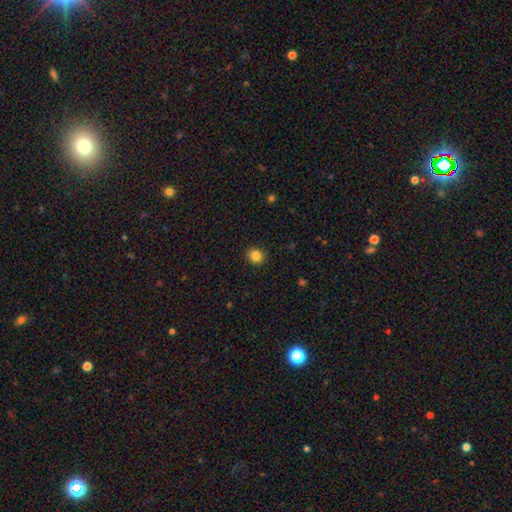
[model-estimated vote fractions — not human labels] smooth_or_featured: smooth (p=0.85) [alt: star or artifact p=0.11]
how_rounded: round (p=0.87) [alt: in between p=0.12]
merging: none (p=0.91) [alt: minor disturbance p=0.06]